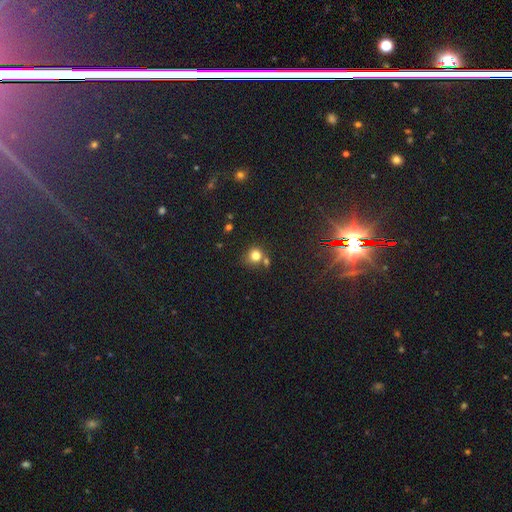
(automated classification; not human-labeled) This appears to be a smooth galaxy with no disk features (79%) that is round (87%). Merging: none (62%).